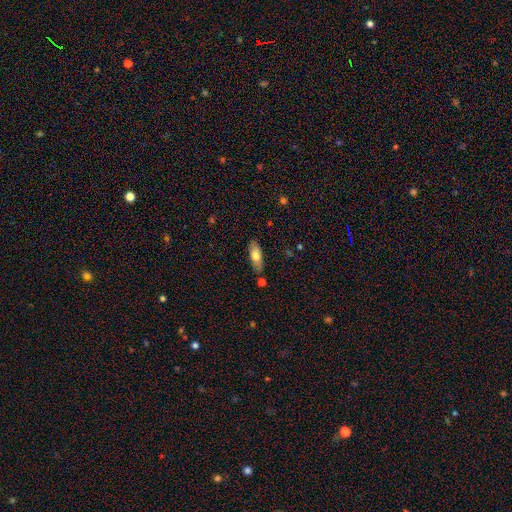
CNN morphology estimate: Q: Smooth or featured?
A: smooth (67%); runner-up: featured or disk (26%)
Q: How rounded?
A: in between (65%); runner-up: cigar-shaped (33%)
Q: Merging?
A: none (77%); runner-up: minor disturbance (15%)